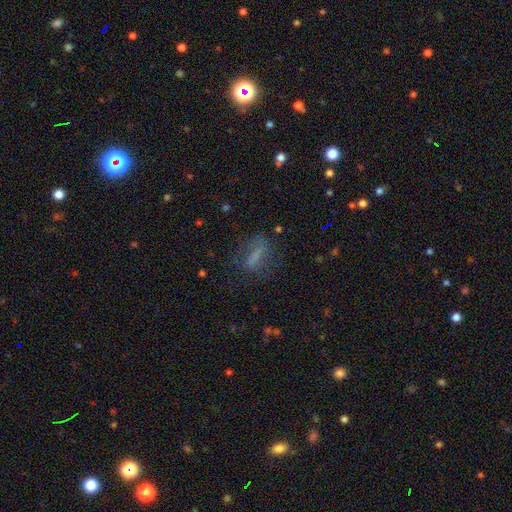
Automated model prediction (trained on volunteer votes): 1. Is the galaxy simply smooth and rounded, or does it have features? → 55% smooth, 29% featured or disk, 16% star or artifact.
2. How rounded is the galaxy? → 56% cigar-shaped, 37% in between, 8% round.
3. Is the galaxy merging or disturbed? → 67% none, 17% minor disturbance, 14% major disturbance, 2% merger.